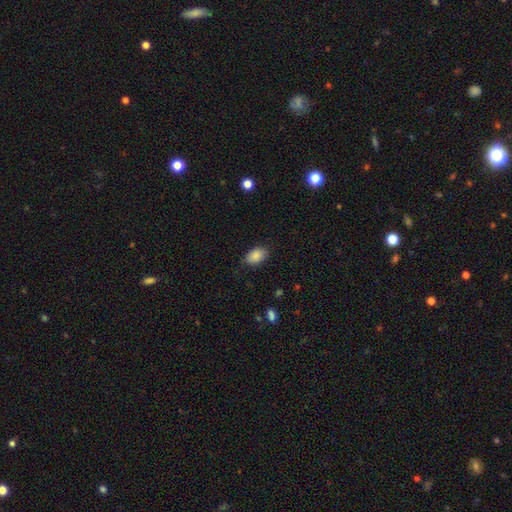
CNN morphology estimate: smooth-or-featured: smooth: 88% | star or artifact: 7% | featured or disk: 5%
  how-rounded: in between: 91% | round: 8% | cigar-shaped: 2%
  merging: none: 79% | minor disturbance: 17% | major disturbance: 4% | merger: 1%